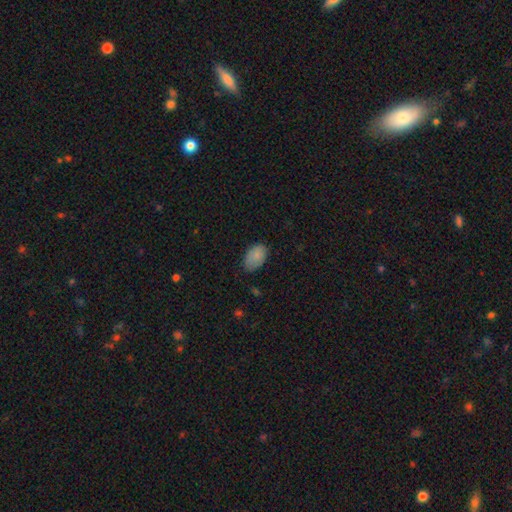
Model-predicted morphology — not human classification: Q: Smooth or featured?
A: smooth (86%); runner-up: star or artifact (8%)
Q: How rounded?
A: in between (91%); runner-up: round (8%)
Q: Merging?
A: none (67%); runner-up: minor disturbance (27%)